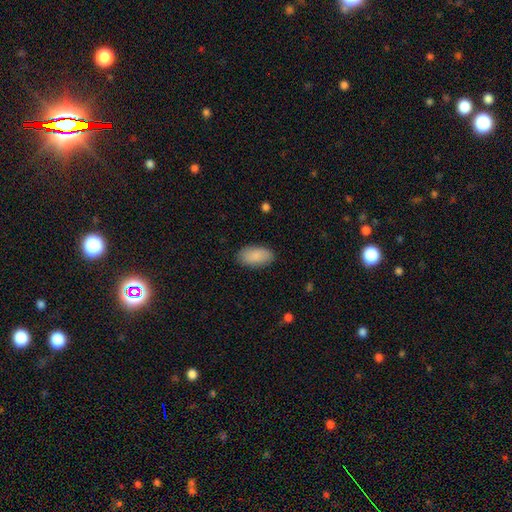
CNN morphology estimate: A smooth galaxy with no disk features (89%) that is in between round and cigar-shaped (95%). Merging: none (86%).